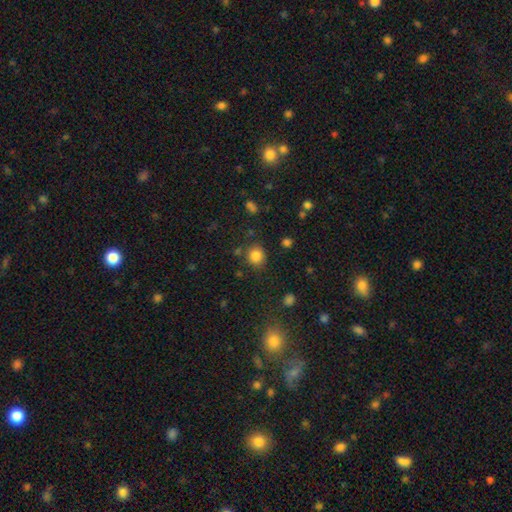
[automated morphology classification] Smooth or featured? Predicted: smooth (p=0.83). How rounded? Predicted: round (p=0.82). Merging? Predicted: none (p=0.80).